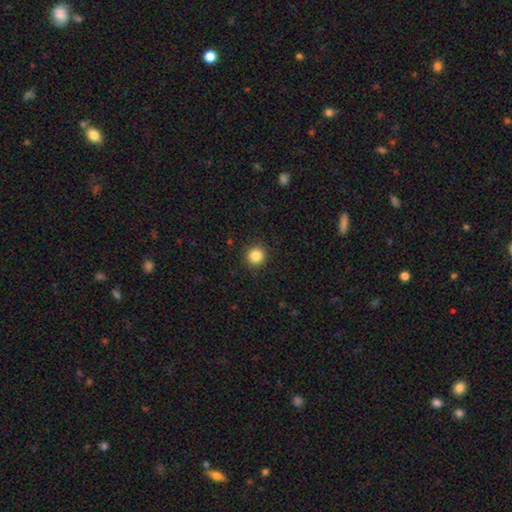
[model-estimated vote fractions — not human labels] A smooth galaxy with no disk features (85%) that is round (94%). Merging: none (92%).